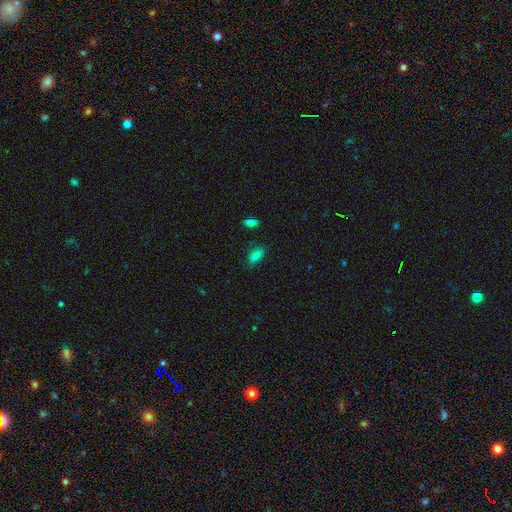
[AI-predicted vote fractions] Overall: smooth (77%). How rounded: in between (87%). Merging: none (78%).